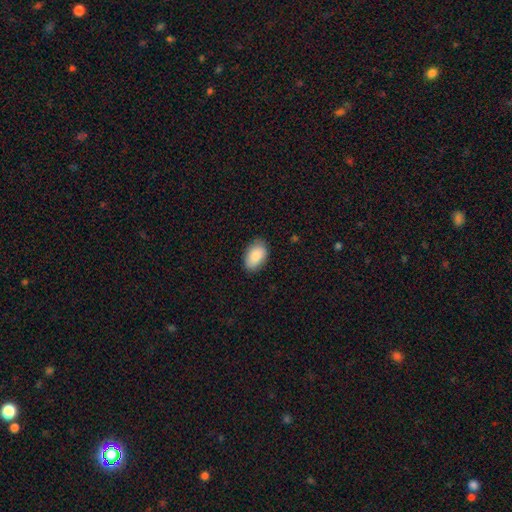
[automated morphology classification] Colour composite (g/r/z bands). It shows a smooth galaxy with no disk features (88%) that is in between round and cigar-shaped (93%). Merging: none (84%).